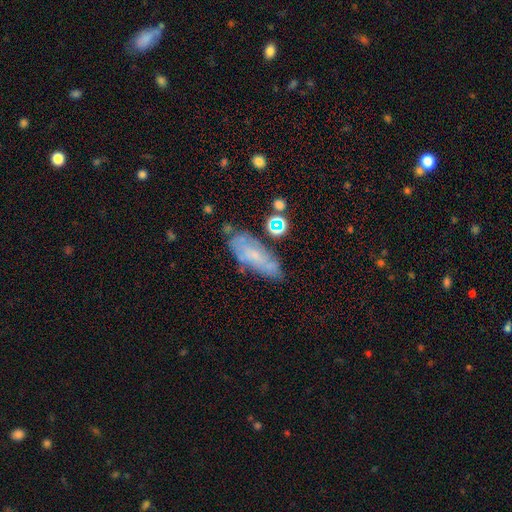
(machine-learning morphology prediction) Smooth or featured? Predicted: featured or disk (p=0.47). Merging? Predicted: none (p=0.63).